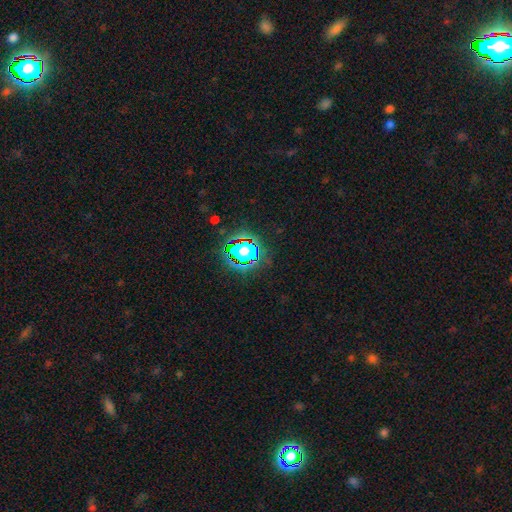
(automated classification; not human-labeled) star or artifact 78%, smooth 14%, featured or disk 8%.